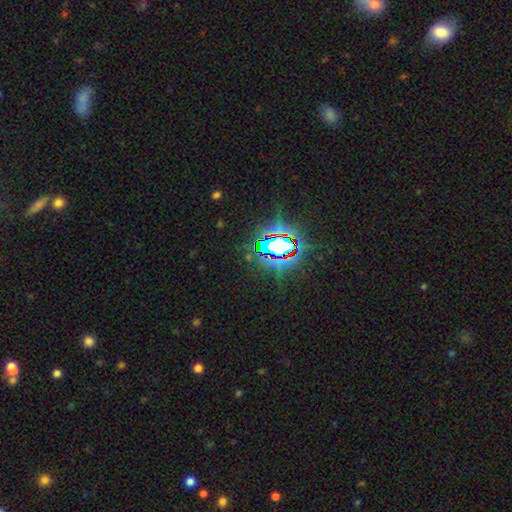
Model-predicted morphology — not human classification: smooth-or-featured: star or artifact: 82% | smooth: 10% | featured or disk: 8%